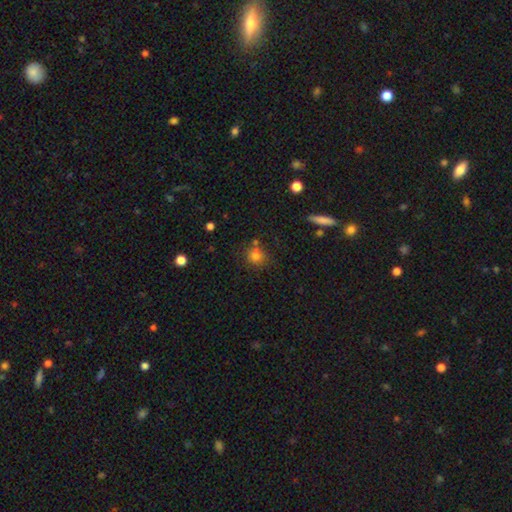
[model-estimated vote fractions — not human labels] Smooth or featured? Predicted: smooth (p=0.78). How rounded? Predicted: round (p=0.87). Merging? Predicted: none (p=0.72).